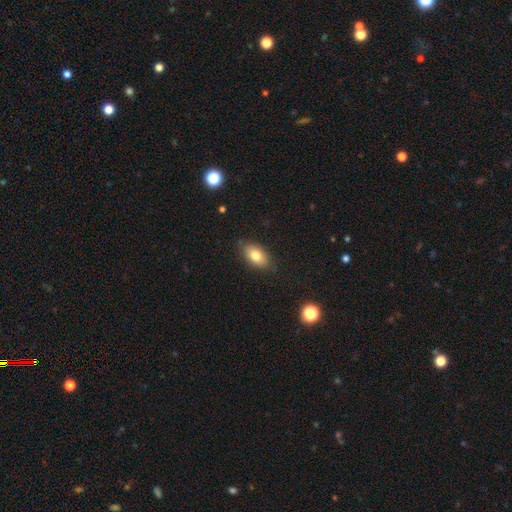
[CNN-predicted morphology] This is likely a smooth galaxy (79%). How rounded: clearly in between (90%). Merging: clearly none (84%).